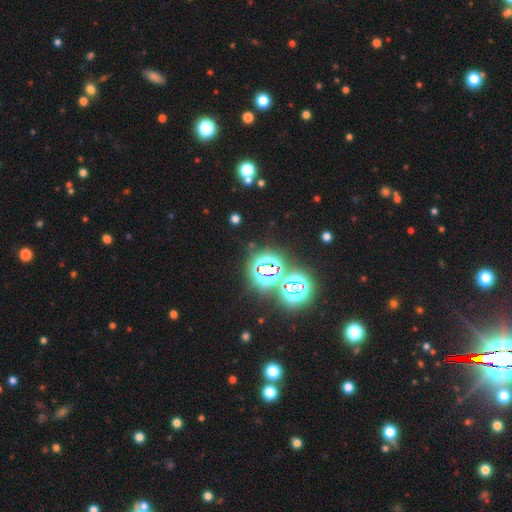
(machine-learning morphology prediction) smooth_or_featured: star or artifact (p=0.75) [alt: smooth p=0.18]